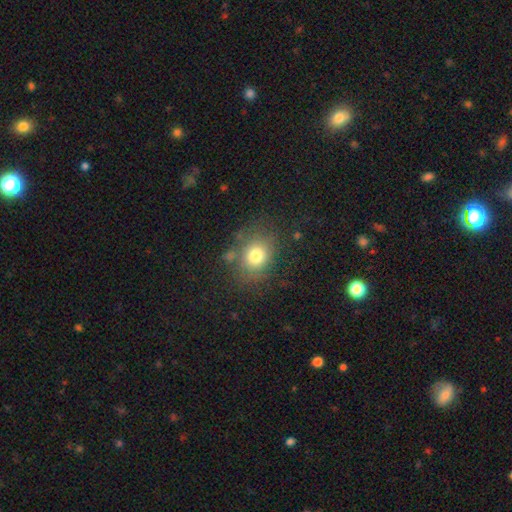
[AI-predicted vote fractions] Smooth or featured? Predicted: smooth (p=0.75). How rounded? Predicted: round (p=0.55). Merging? Predicted: none (p=0.73).